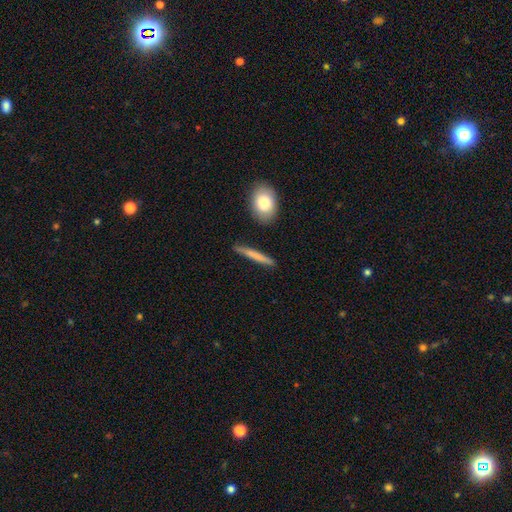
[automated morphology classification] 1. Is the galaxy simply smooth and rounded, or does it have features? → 68% smooth, 26% featured or disk, 5% star or artifact.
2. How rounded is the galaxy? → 92% cigar-shaped, 5% in between, 2% round.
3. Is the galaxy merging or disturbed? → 87% none, 9% minor disturbance, 2% merger, 2% major disturbance.